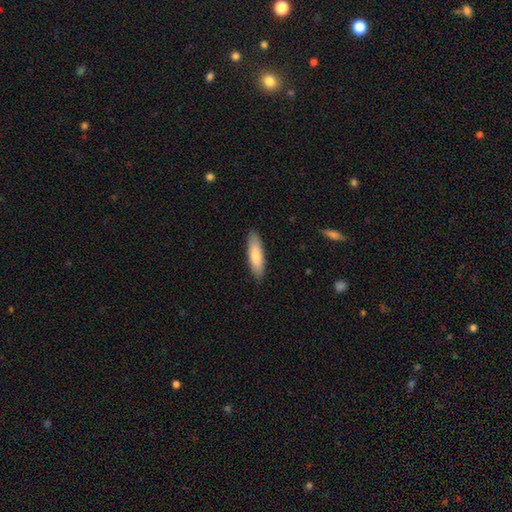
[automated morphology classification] Smooth or featured?
  - smooth: 82% *
  - featured or disk: 13%
  - star or artifact: 5%
How rounded?
  - cigar-shaped: 52% *
  - in between: 46%
  - round: 1%
Merging?
  - none: 89% *
  - minor disturbance: 9%
  - major disturbance: 2%
  - merger: 1%